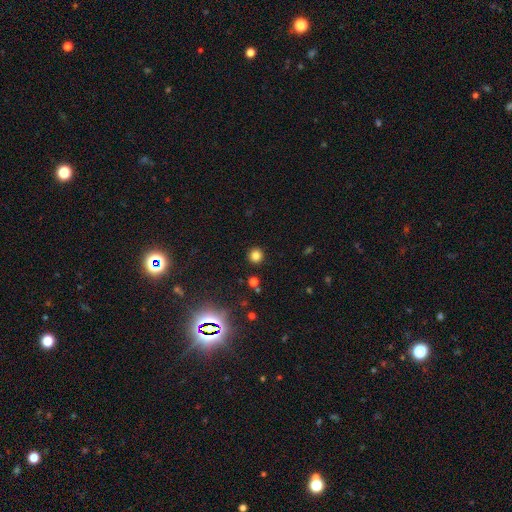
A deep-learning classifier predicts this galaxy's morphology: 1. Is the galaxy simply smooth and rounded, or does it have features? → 79% smooth, 16% star or artifact, 5% featured or disk.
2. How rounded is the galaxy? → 93% round, 6% in between, 1% cigar-shaped.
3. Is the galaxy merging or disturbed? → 91% none, 5% minor disturbance, 2% major disturbance, 2% merger.